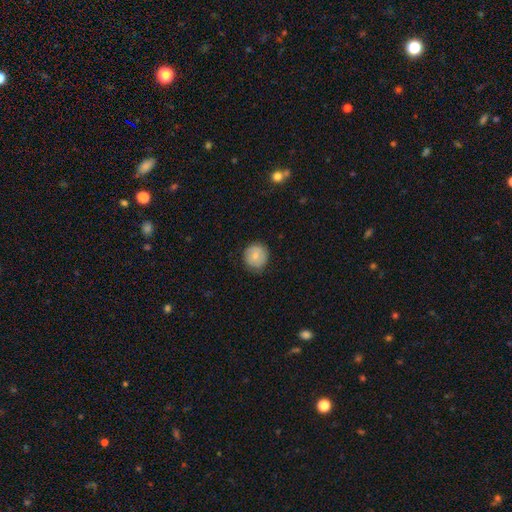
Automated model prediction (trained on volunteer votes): A smooth galaxy with no disk features (75%) that is round (90%). Merging: none (79%).